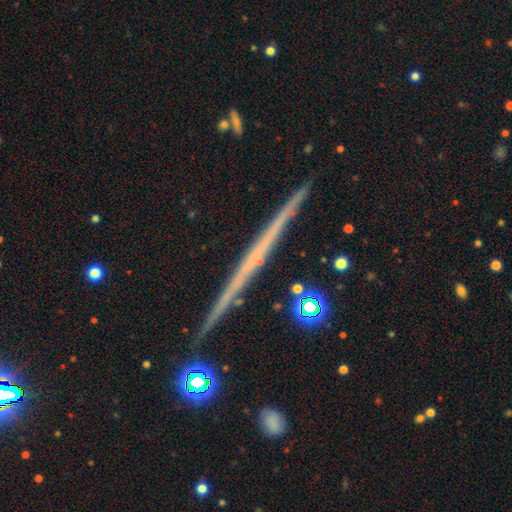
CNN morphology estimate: smooth_or_featured: featured or disk (p=0.70) [alt: smooth p=0.20]
disk_edge_on: yes (p=0.98) [alt: no p=0.02]
edge_on_bulge: none (p=0.85) [alt: rounded p=0.11]
merging: none (p=0.91) [alt: minor disturbance p=0.06]